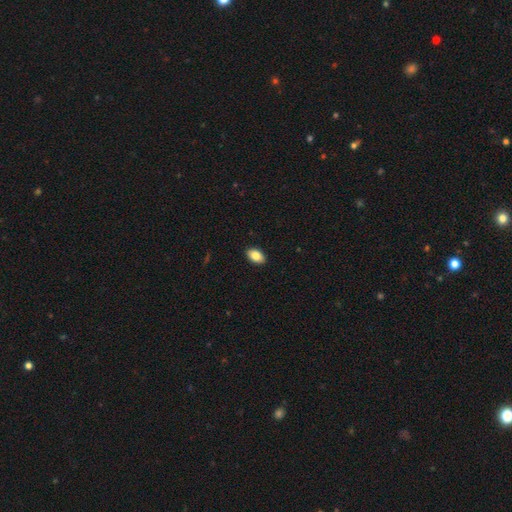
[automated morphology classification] Smooth or featured? Predicted: smooth (p=0.85). How rounded? Predicted: in between (p=0.91). Merging? Predicted: none (p=0.91).